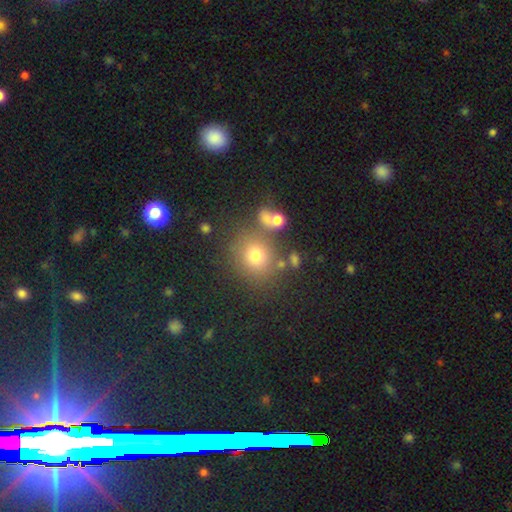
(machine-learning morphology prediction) Overall: smooth (73%). How rounded: round (82%). Merging: none (75%).